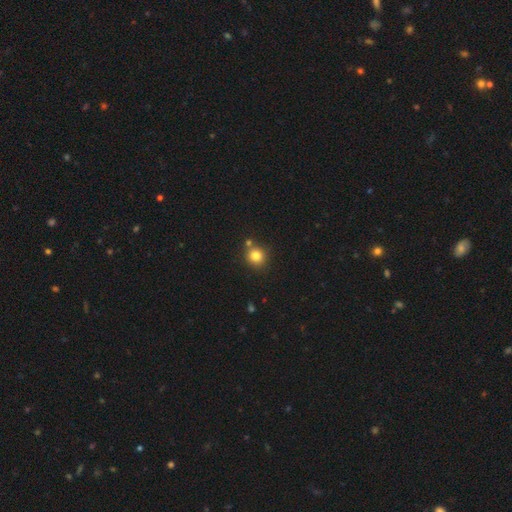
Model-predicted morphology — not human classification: A smooth galaxy with no disk features (81%) that is round (89%).

Vote fractions:
- Smooth or featured? smooth: 81% / star or artifact: 12% / featured or disk: 7%
- How rounded? round: 89% / in between: 10% / cigar-shaped: 1%
- Merging? none: 75% / merger: 13% / minor disturbance: 9% / major disturbance: 3%